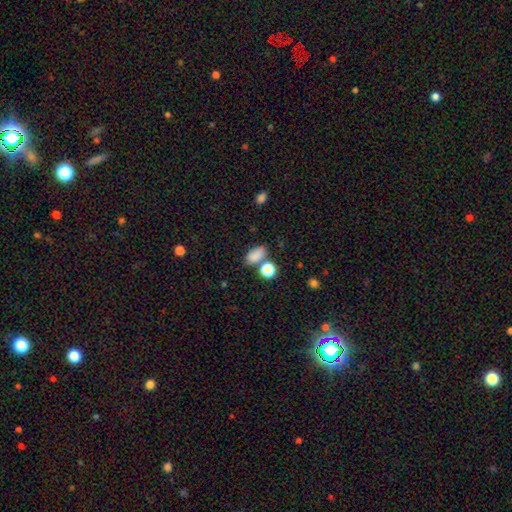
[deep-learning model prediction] A smooth galaxy with no disk features (82%) that is in between round and cigar-shaped (86%). Merging: none (65%).